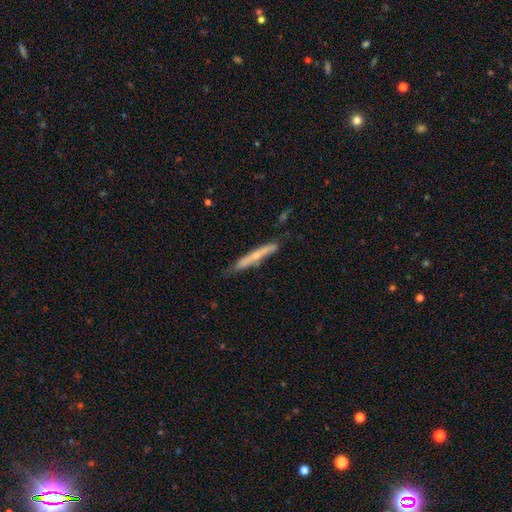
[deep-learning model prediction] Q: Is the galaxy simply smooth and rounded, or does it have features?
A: featured or disk — 53%.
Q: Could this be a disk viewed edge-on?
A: yes — 90%.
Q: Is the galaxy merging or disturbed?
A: none — 75%.